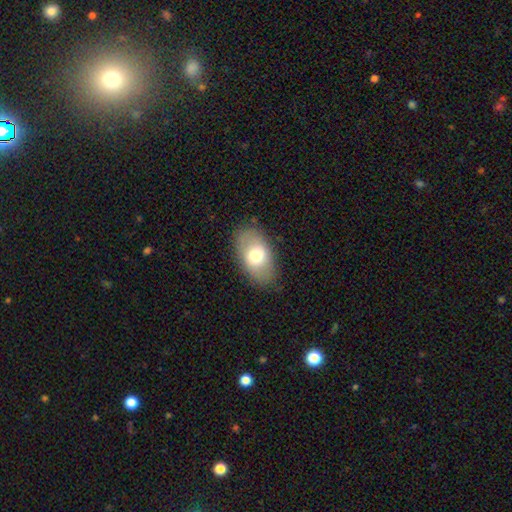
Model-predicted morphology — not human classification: A smooth galaxy with no disk features (70%) that is in between round and cigar-shaped (90%).

Vote fractions:
- Smooth or featured? smooth: 70% / featured or disk: 23% / star or artifact: 7%
- How rounded? in between: 90% / round: 8% / cigar-shaped: 2%
- Merging? none: 83% / minor disturbance: 12% / major disturbance: 4% / merger: 1%